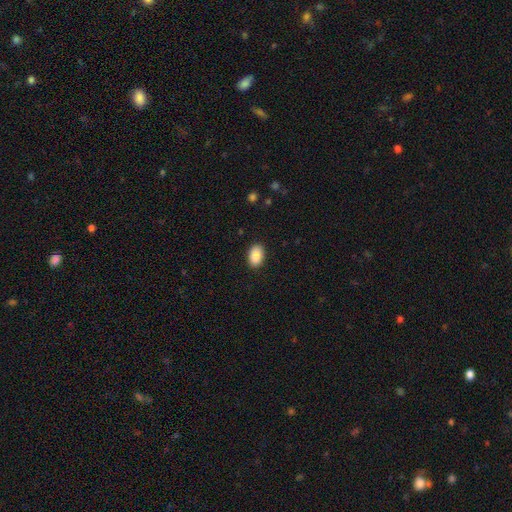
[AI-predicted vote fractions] Smooth or featured? smooth (89%)
How rounded? in between (89%)
Merging? none (89%)